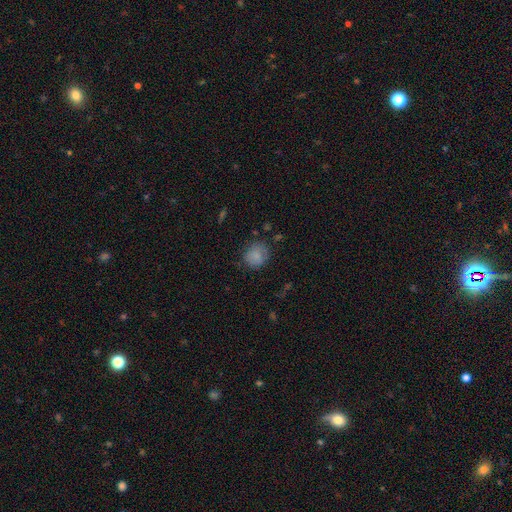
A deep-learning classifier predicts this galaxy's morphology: A smooth galaxy with no disk features (80%) that is round (78%). Merging: none (72%).